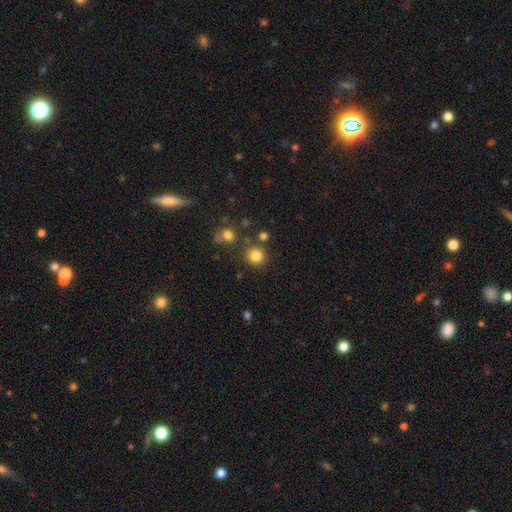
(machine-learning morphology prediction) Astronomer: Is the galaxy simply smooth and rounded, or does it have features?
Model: smooth — 83%.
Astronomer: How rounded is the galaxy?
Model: round — 92%.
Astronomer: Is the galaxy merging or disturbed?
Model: none — 82%.